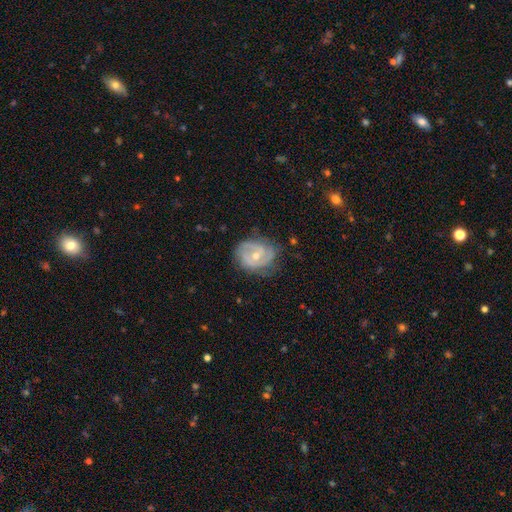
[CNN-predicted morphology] This appears to be a featured or disk galaxy (79%) with no bar (56%), 2 (54%) tight (50%) spiral arms (90%) and a moderate central bulge (54%). Merging: none (67%).